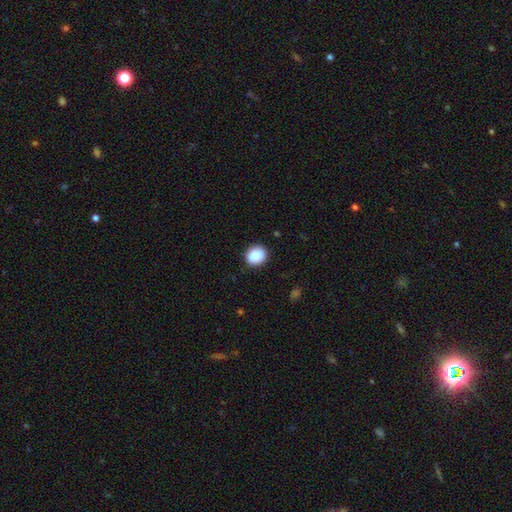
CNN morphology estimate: This is clearly a smooth galaxy (89%). How rounded: likely round (74%). Merging: clearly none (89%).